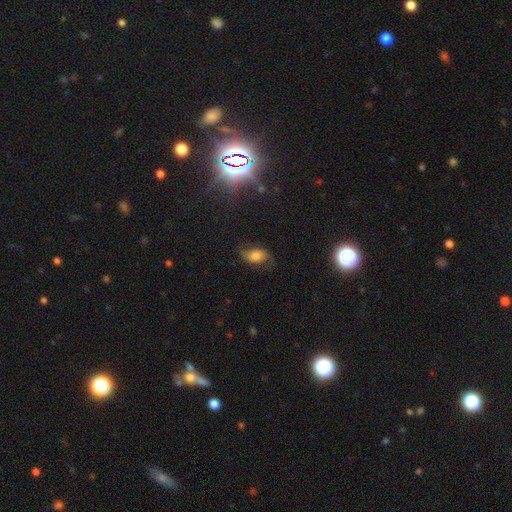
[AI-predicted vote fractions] Smooth or featured?
  - smooth: 54% *
  - featured or disk: 35%
  - star or artifact: 11%
How rounded?
  - in between: 87% *
  - round: 11%
  - cigar-shaped: 3%
Merging?
  - none: 61% *
  - minor disturbance: 24%
  - major disturbance: 13%
  - merger: 2%